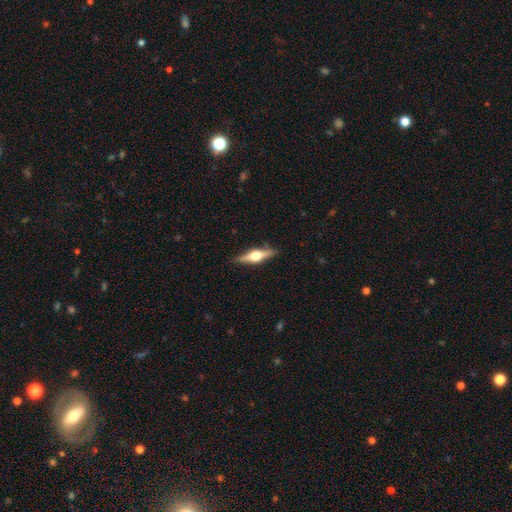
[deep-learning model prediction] featured or disk 72%, smooth 22%, star or artifact 6%. Down the decision tree: edge-on disk — yes (97%); edge-on bulge — rounded (94%); merging — none (88%).